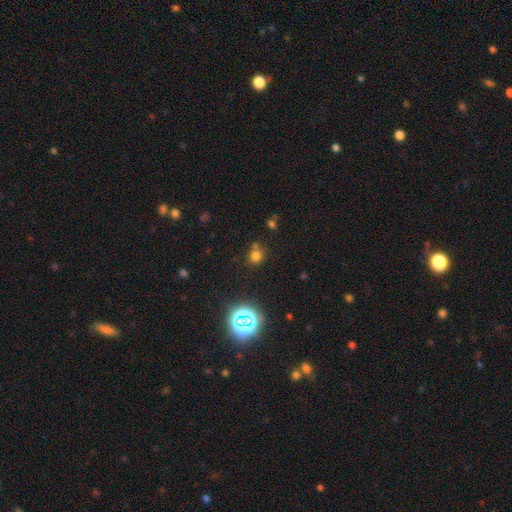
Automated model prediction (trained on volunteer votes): A smooth galaxy with no disk features (65%) that is round (84%). Merging: none (66%).